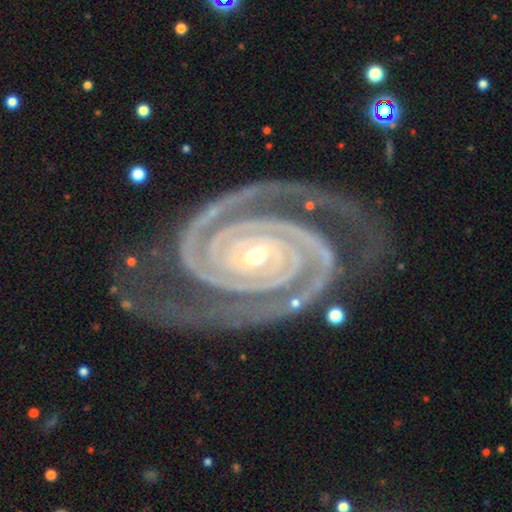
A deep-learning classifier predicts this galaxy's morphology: The model was most divided on "bar": no: 58%, strong: 23%, weak: 19%. More confident: spiral arms — yes (99%); edge-on disk — no (98%); smooth or featured — featured or disk (95%); spiral arm count — 2 (89%); spiral winding — tight (87%); merging — none (80%); bulge size — small (72%).